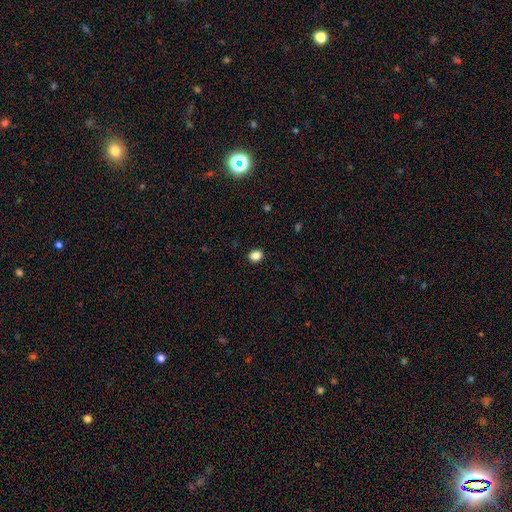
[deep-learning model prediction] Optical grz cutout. It shows a smooth galaxy with no disk features (86%) that is in between round and cigar-shaped (52%). Merging: none (91%).